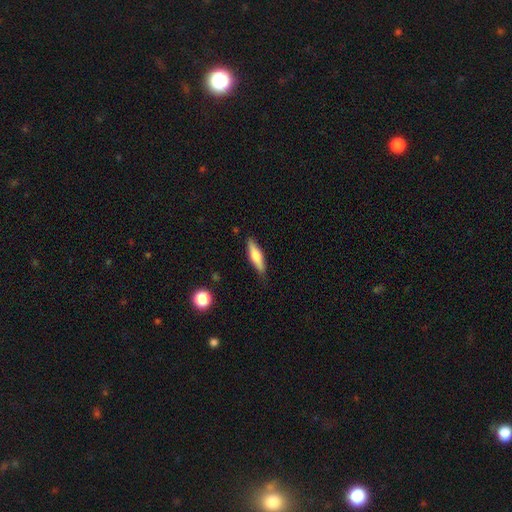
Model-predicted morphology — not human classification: Smooth or featured? Predicted: smooth (p=0.62). How rounded? Predicted: cigar-shaped (p=0.67). Merging? Predicted: none (p=0.84).